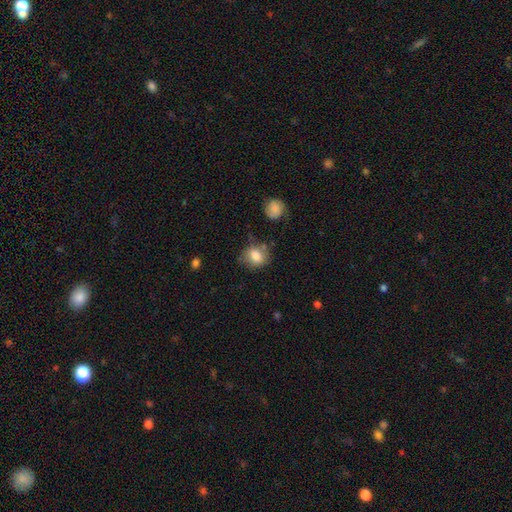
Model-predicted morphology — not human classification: Smooth or featured?
  - smooth: 80% *
  - featured or disk: 11%
  - star or artifact: 9%
How rounded?
  - round: 55% *
  - in between: 44%
  - cigar-shaped: 1%
Merging?
  - none: 66% *
  - minor disturbance: 22%
  - major disturbance: 7%
  - merger: 5%